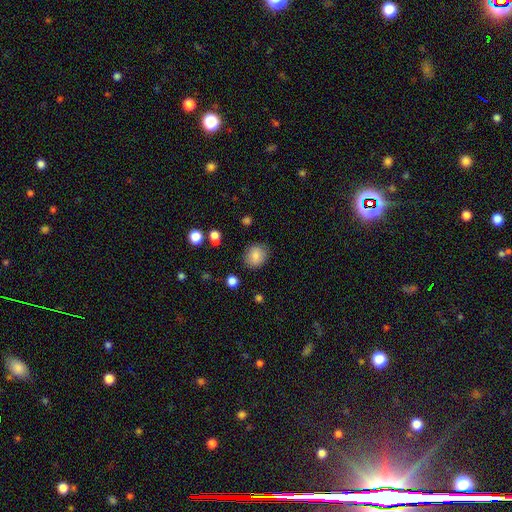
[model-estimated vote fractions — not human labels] smooth 83%, star or artifact 9%, featured or disk 8%. Down the decision tree: how rounded — round (63%); merging — none (84%).